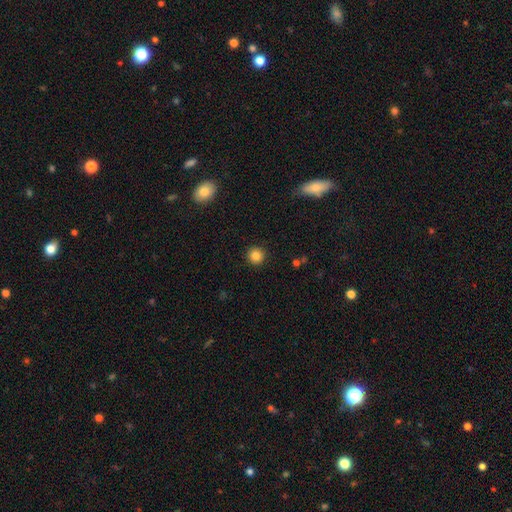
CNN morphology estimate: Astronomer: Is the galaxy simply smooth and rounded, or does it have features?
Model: smooth — 84%.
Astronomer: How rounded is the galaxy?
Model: round — 95%.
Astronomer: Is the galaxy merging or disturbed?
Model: none — 92%.